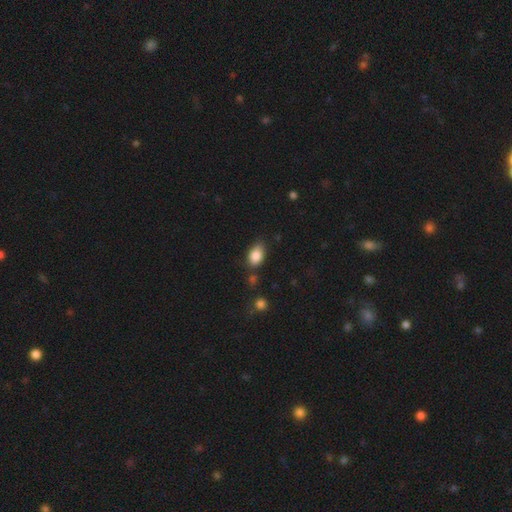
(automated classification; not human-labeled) Smooth or featured?
  - smooth: 86% *
  - star or artifact: 8%
  - featured or disk: 6%
How rounded?
  - in between: 87% *
  - round: 11%
  - cigar-shaped: 2%
Merging?
  - none: 68% *
  - minor disturbance: 22%
  - merger: 5%
  - major disturbance: 5%